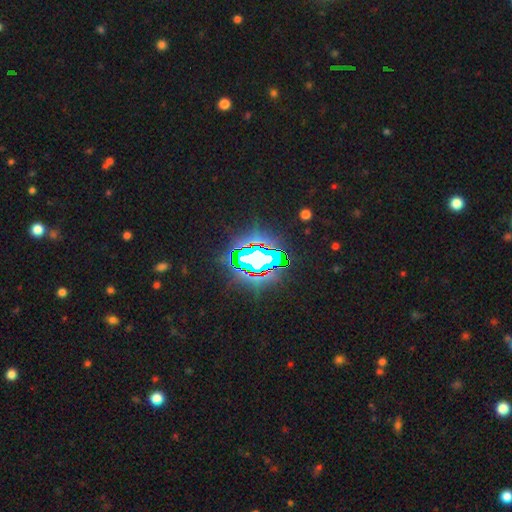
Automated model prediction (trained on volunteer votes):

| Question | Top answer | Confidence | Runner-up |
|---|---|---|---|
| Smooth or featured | star or artifact | 74% | smooth (14%) |